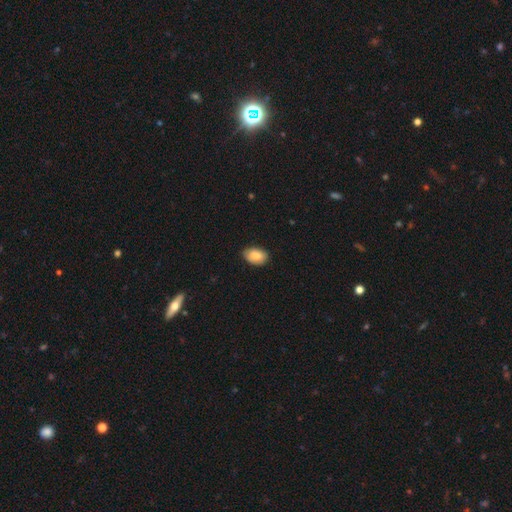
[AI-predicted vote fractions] smooth_or_featured: smooth (p=0.86) [alt: featured or disk p=0.07]
how_rounded: in between (p=0.88) [alt: round p=0.11]
merging: none (p=0.83) [alt: minor disturbance p=0.13]